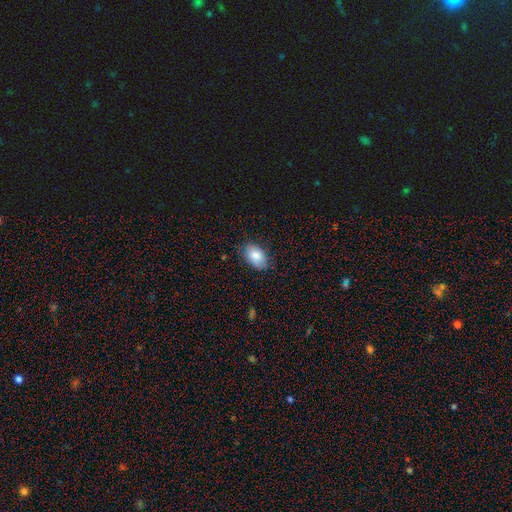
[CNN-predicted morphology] smooth-or-featured: smooth: 83% | featured or disk: 10% | star or artifact: 7%
  how-rounded: in between: 90% | round: 9% | cigar-shaped: 1%
  merging: none: 79% | minor disturbance: 17% | major disturbance: 3% | merger: 1%